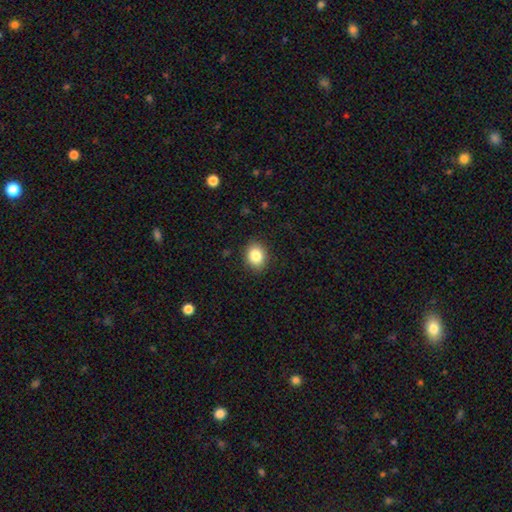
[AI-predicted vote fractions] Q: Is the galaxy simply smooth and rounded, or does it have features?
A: smooth — 84%.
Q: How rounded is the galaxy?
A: round — 53%.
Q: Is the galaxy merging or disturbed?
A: none — 88%.